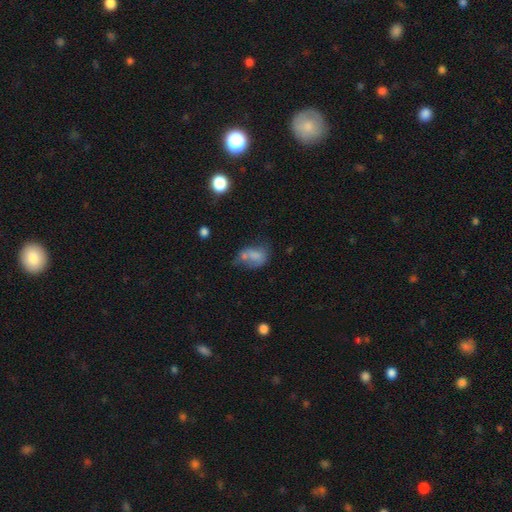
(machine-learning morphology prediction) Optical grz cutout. It shows a smooth galaxy with no disk features (66%) that is in between round and cigar-shaped (75%). Merging: merger (34%).